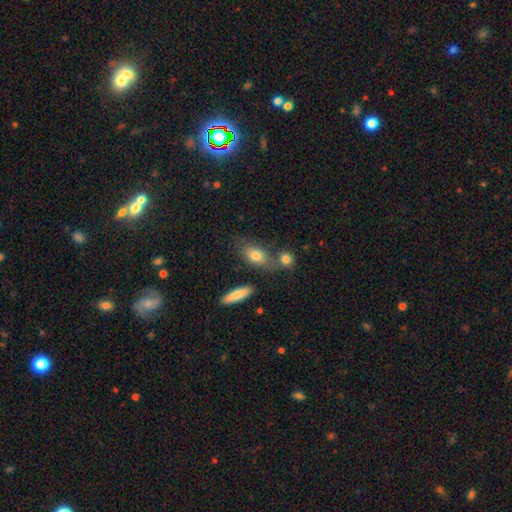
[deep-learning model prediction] A smooth galaxy with no disk features (77%) that is in between round and cigar-shaped (77%). Merging: none (57%).